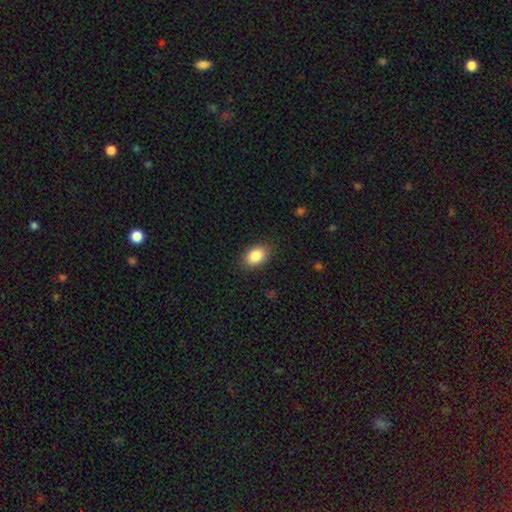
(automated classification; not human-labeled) smooth 86%, star or artifact 8%, featured or disk 6%. Down the decision tree: how rounded — in between (83%); merging — none (85%).